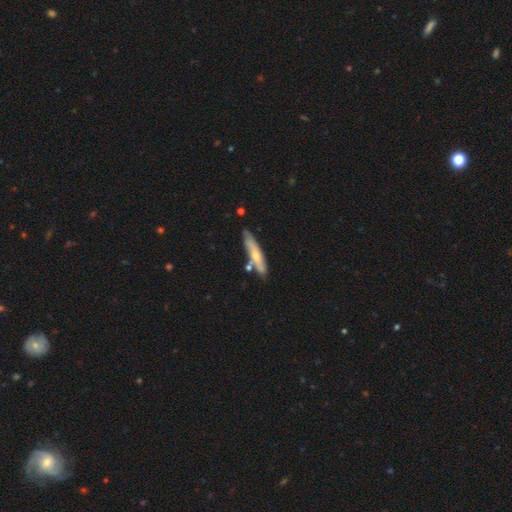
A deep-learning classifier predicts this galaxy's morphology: smooth-or-featured: smooth: 56% | featured or disk: 38% | star or artifact: 6%
  how-rounded: cigar-shaped: 86% | in between: 12% | round: 2%
  merging: none: 68% | minor disturbance: 18% | merger: 11% | major disturbance: 4%